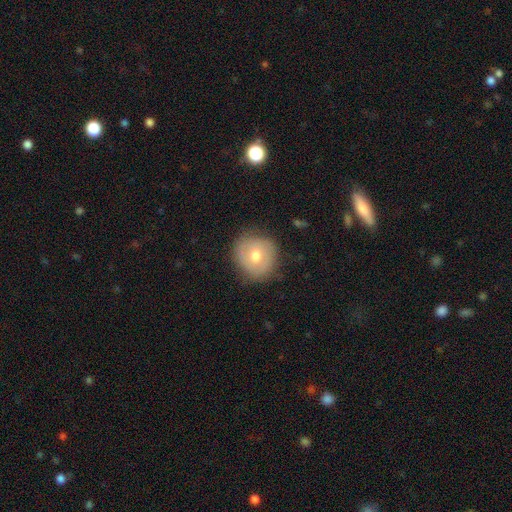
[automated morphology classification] The model was most divided on "smooth or featured": smooth: 59%, featured or disk: 32%, star or artifact: 8%. More confident: how rounded — round (87%); merging — none (79%).